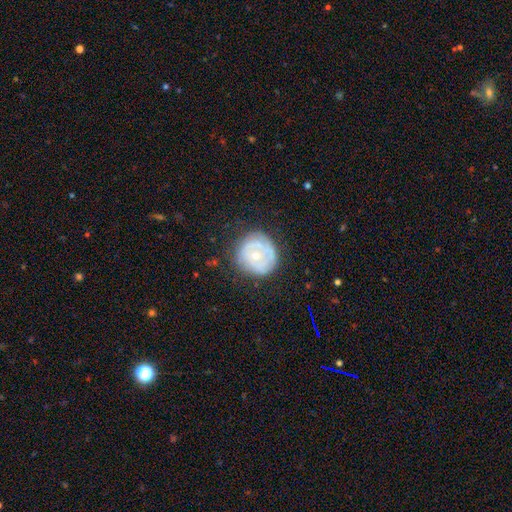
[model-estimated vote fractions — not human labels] A featured or disk galaxy (60%) with no bar (84%), spiral arms (54%) and a small central bulge (62%). Merging: none (69%).